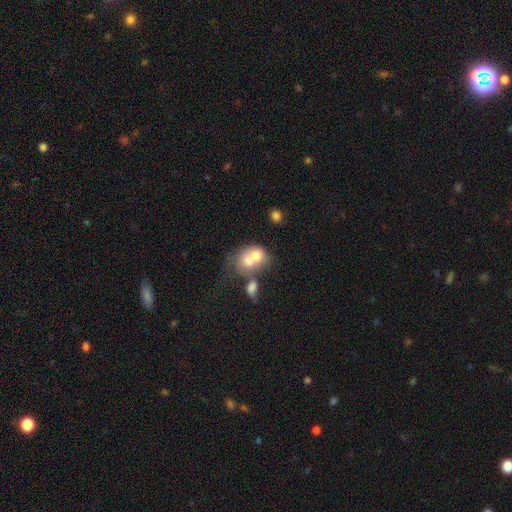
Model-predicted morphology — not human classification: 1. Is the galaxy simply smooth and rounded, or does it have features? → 62% smooth, 28% featured or disk, 10% star or artifact.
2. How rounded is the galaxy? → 58% round, 41% in between, 1% cigar-shaped.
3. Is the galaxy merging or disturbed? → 71% merger, 17% none, 7% minor disturbance, 6% major disturbance.